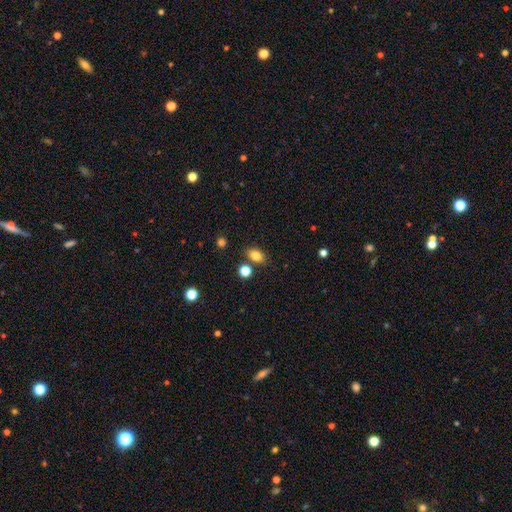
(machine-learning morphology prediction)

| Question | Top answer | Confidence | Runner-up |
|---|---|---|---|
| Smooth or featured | smooth | 82% | star or artifact (11%) |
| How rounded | in between | 79% | round (19%) |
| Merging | none | 79% | minor disturbance (11%) |